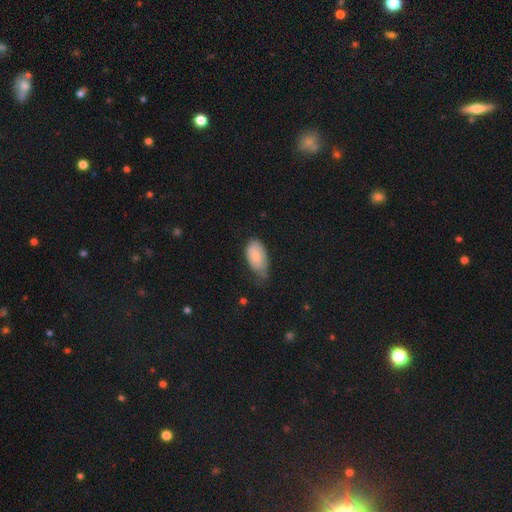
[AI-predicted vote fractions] This appears to be a smooth galaxy with no disk features (78%) that is in between round and cigar-shaped (94%). Merging: minor disturbance (50%).